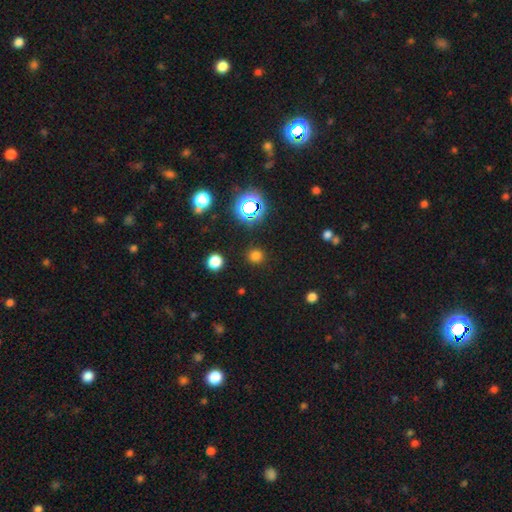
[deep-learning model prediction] Smooth or featured? Predicted: smooth (p=0.71). How rounded? Predicted: round (p=0.90). Merging? Predicted: none (p=0.89).